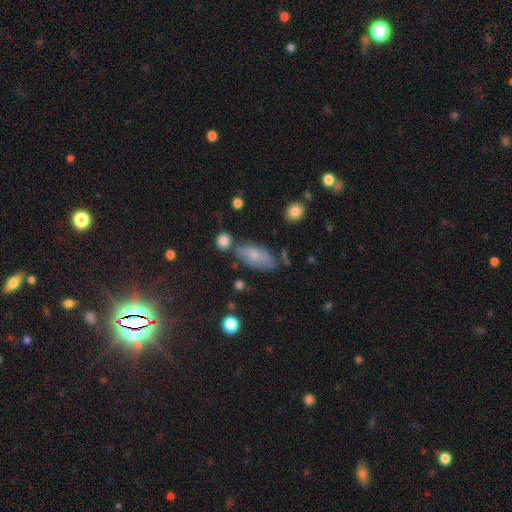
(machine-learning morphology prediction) A smooth galaxy with no disk features (60%) that is in between round and cigar-shaped (89%).

Vote fractions:
- Smooth or featured? smooth: 60% / featured or disk: 32% / star or artifact: 8%
- How rounded? in between: 89% / cigar-shaped: 6% / round: 5%
- Merging? none: 51% / minor disturbance: 27% / merger: 11% / major disturbance: 11%